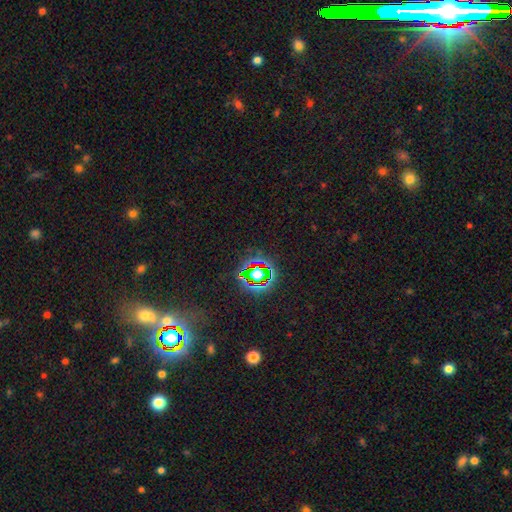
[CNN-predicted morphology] Smooth or featured: star or artifact — 80% (smooth — 12%)